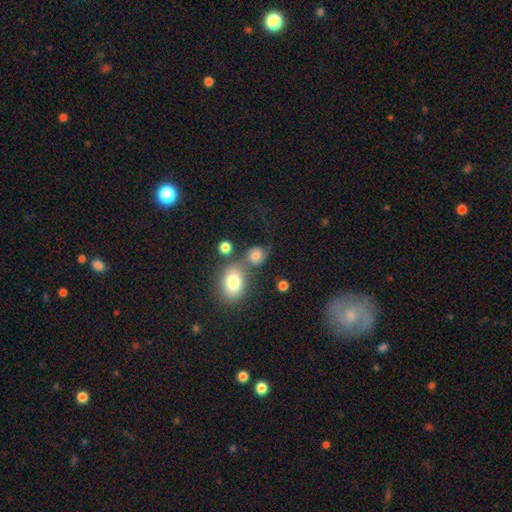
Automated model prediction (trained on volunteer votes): smooth-or-featured: smooth: 74% | featured or disk: 14% | star or artifact: 12%
  how-rounded: round: 70% | in between: 28% | cigar-shaped: 1%
  merging: none: 52% | merger: 23% | minor disturbance: 16% | major disturbance: 9%